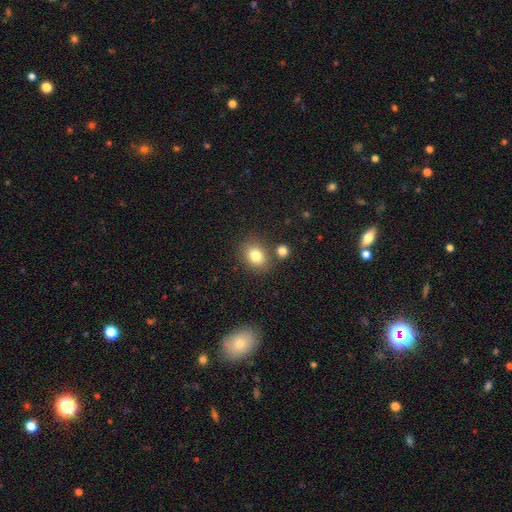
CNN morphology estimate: A smooth galaxy with no disk features (81%) that is in between round and cigar-shaped (50%).

Vote fractions:
- Smooth or featured? smooth: 81% / star or artifact: 11% / featured or disk: 8%
- How rounded? in between: 50% / round: 49% / cigar-shaped: 1%
- Merging? none: 76% / minor disturbance: 11% / merger: 10% / major disturbance: 3%